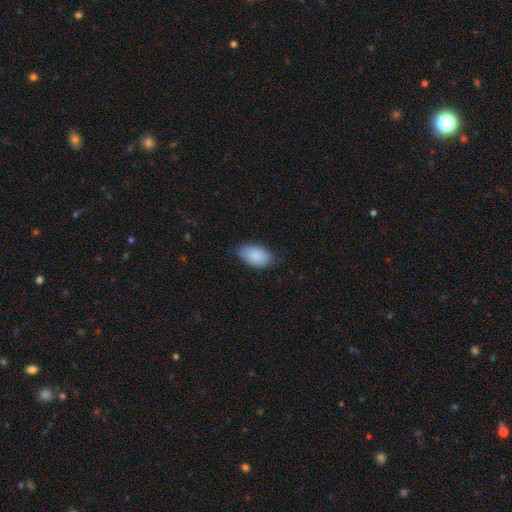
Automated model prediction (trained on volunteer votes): The model was most divided on "merging": none: 74%, minor disturbance: 21%, major disturbance: 4%, merger: 1%. More confident: how rounded — in between (94%); smooth or featured — smooth (87%).